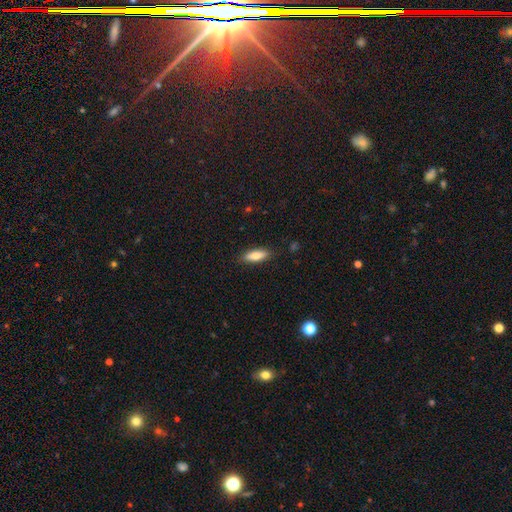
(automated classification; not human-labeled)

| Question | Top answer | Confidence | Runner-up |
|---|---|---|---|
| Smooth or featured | smooth | 75% | featured or disk (18%) |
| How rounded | in between | 55% | cigar-shaped (43%) |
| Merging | none | 87% | minor disturbance (10%) |